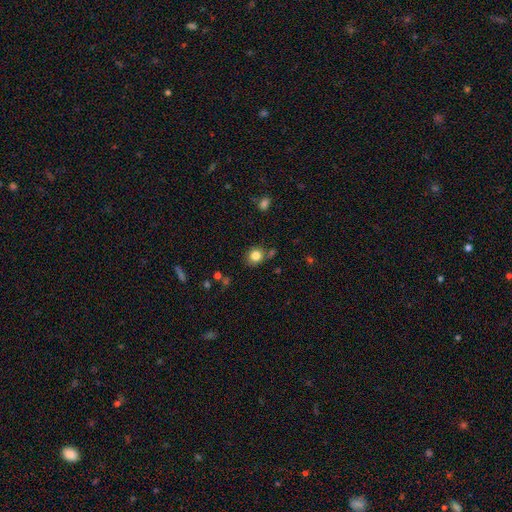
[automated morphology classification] This is clearly a smooth galaxy (82%). How rounded: likely round (80%). Merging: likely none (74%).